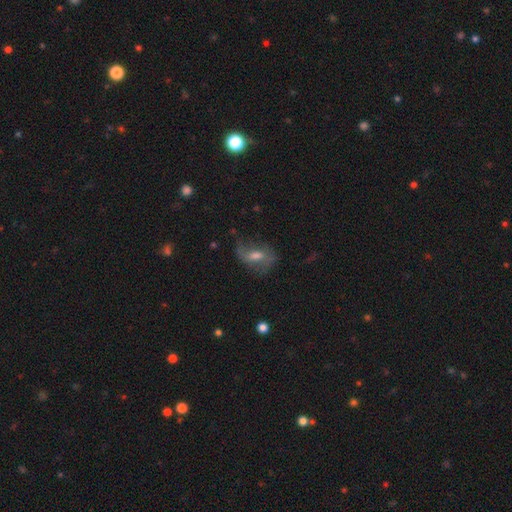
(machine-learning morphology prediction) smooth_or_featured: featured or disk (p=0.59) [alt: smooth p=0.29]
disk_edge_on: no (p=0.93) [alt: yes p=0.07]
bar: weak (p=0.50) [alt: no p=0.31]
has_spiral_arms: yes (p=0.81) [alt: no p=0.19]
bulge_size: moderate (p=0.54) [alt: small p=0.24]
merging: none (p=0.58) [alt: minor disturbance p=0.23]